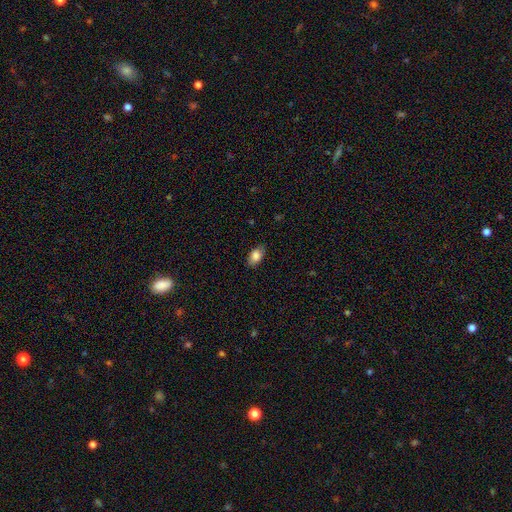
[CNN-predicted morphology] The model was most divided on "merging": none: 83%, minor disturbance: 14%, major disturbance: 3%, merger: 1%. More confident: how rounded — in between (89%); smooth or featured — smooth (83%).